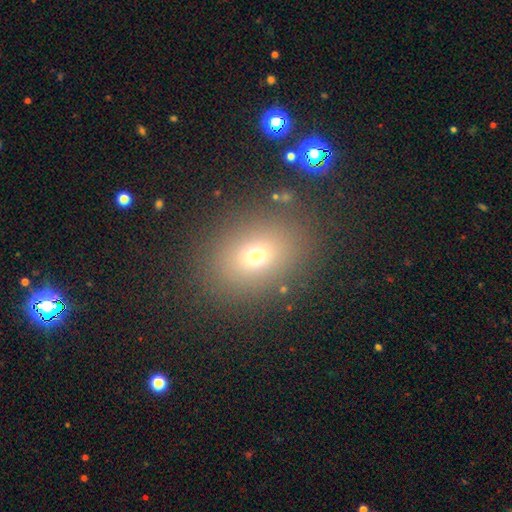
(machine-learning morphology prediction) This is likely a smooth galaxy (67%). How rounded: possibly in between (54%). Merging: clearly none (85%).